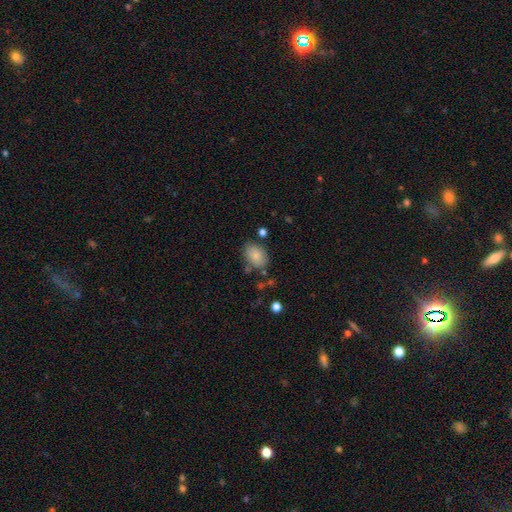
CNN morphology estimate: This is clearly a smooth galaxy (82%). How rounded: likely in between (77%). Merging: likely none (73%).